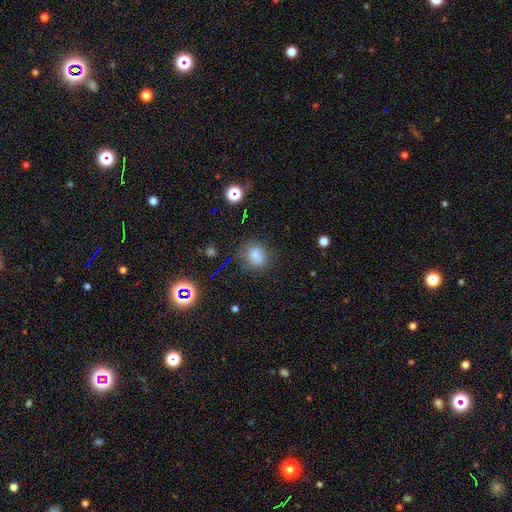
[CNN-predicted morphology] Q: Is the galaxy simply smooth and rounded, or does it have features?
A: smooth — 75%.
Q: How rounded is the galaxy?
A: round — 70%.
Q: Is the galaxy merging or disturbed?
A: none — 69%.